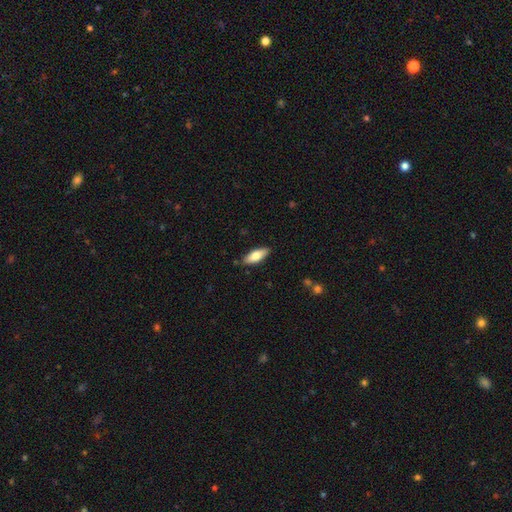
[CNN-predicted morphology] type=smooth (72%); roundness=in between (70%); merging=none (86%).